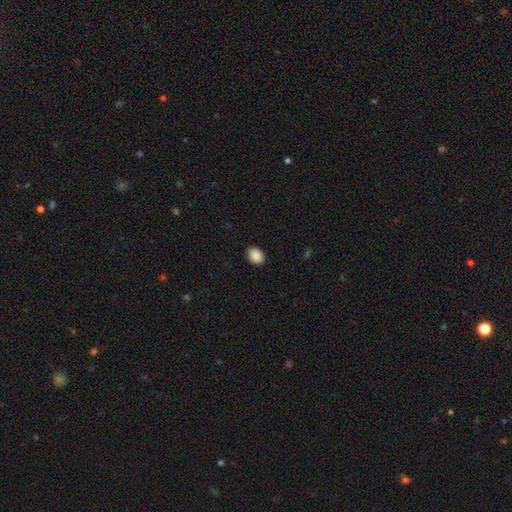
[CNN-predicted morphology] Overall: smooth (89%). How rounded: in between (61%; round 38%). Merging: none (89%).